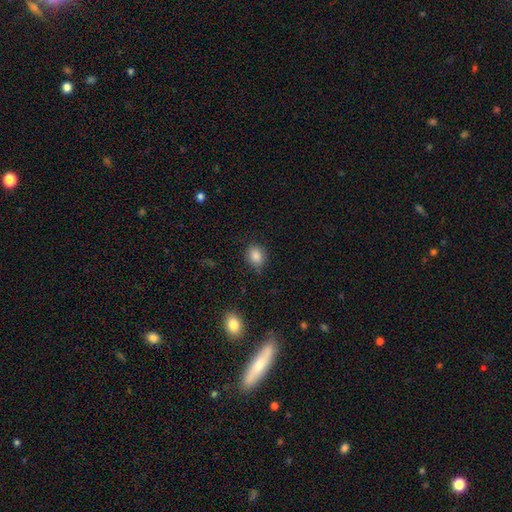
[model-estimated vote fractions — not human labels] Smooth or featured? Predicted: smooth (p=0.86). How rounded? Predicted: round (p=0.50). Merging? Predicted: none (p=0.83).